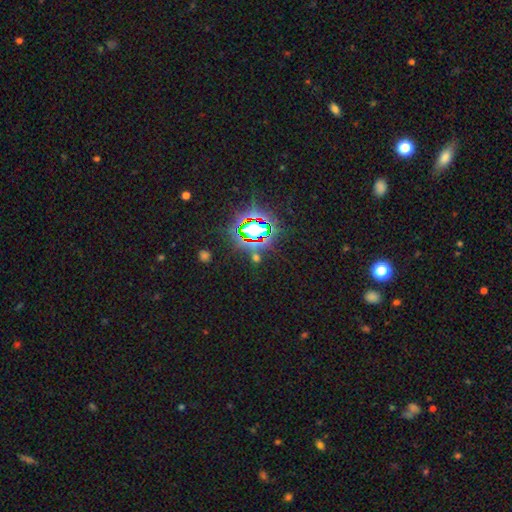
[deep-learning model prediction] This appears to be a star or artifact, not a galaxy (78%).